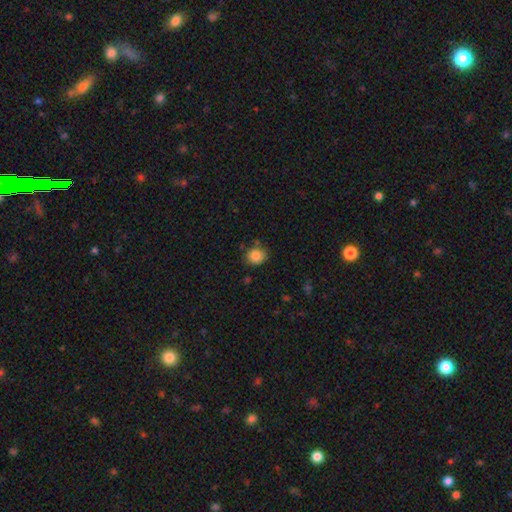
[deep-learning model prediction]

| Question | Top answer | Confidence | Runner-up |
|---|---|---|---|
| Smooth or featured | smooth | 83% | star or artifact (10%) |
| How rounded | round | 76% | in between (24%) |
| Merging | none | 78% | minor disturbance (15%) |